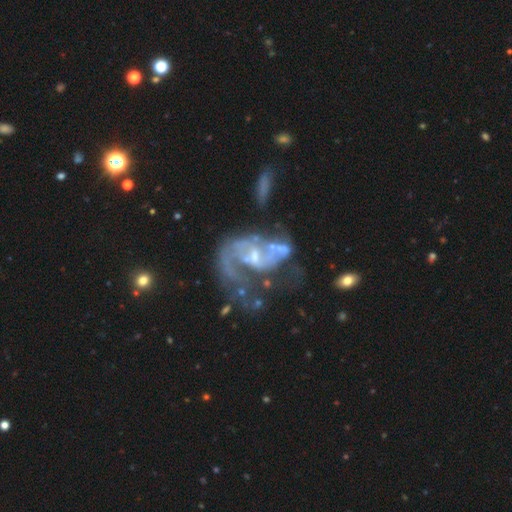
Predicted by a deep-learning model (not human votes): Smooth or featured?
  - featured or disk: 82% *
  - smooth: 10%
  - star or artifact: 9%
Edge-on disk?
  - no: 97% *
  - yes: 3%
Bar?
  - no: 53% *
  - weak: 37%
  - strong: 10%
Spiral arms?
  - yes: 77% *
  - no: 23%
Spiral winding?
  - medium: 40% *
  - loose: 39%
  - tight: 21%
Spiral arm count?
  - 1: 38% *
  - 2: 36%
  - can't tell: 19%
  - 3: 4%
  - 4: 2%
  - more than 4: 2%
Bulge size?
  - small: 51% *
  - moderate: 33%
  - none: 12%
  - large: 3%
  - dominant: 1%
Merging?
  - major disturbance: 38% *
  - merger: 26%
  - none: 22%
  - minor disturbance: 14%